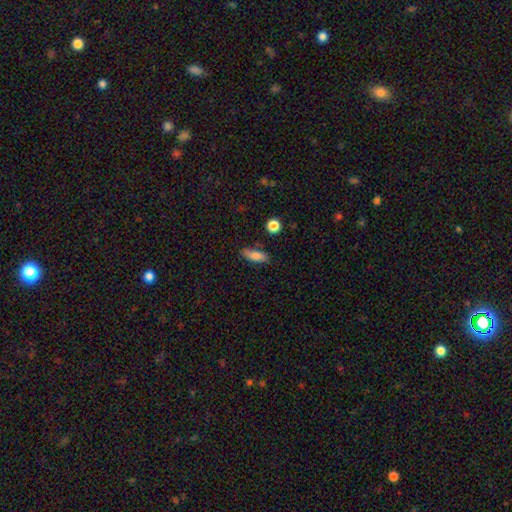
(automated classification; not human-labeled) Smooth or featured: smooth — 81% (featured or disk — 11%)
How rounded: in between — 70% (cigar-shaped — 27%)
Merging: none — 79% (minor disturbance — 15%)